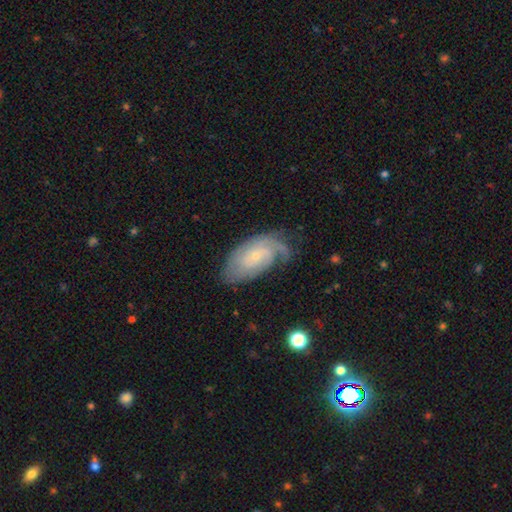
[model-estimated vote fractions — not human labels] This appears to be a featured or disk galaxy (76%) with no bar (68%), tight (55%) spiral arms (93%) and a small central bulge (77%). Merging: none (60%).